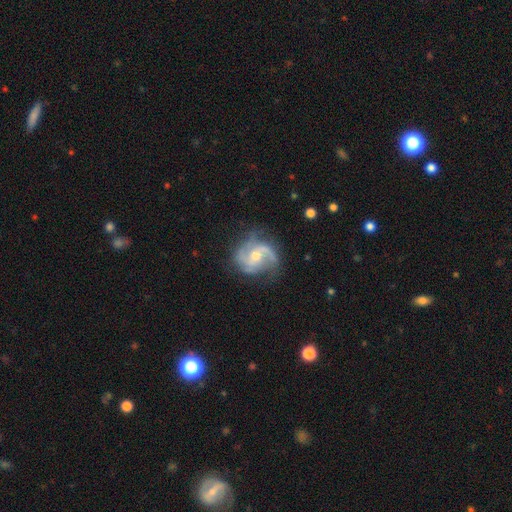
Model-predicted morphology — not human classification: This is clearly a featured or disk galaxy (88%). It is clearly not viewed edge-on (98%). Bar: possibly no (54%). Spiral arm pattern: clearly yes (97%). Spiral arm count: possibly 2 (53%). Spiral winding: possibly medium (52%). Central bulge: likely moderate (62%). Merging: likely none (68%).